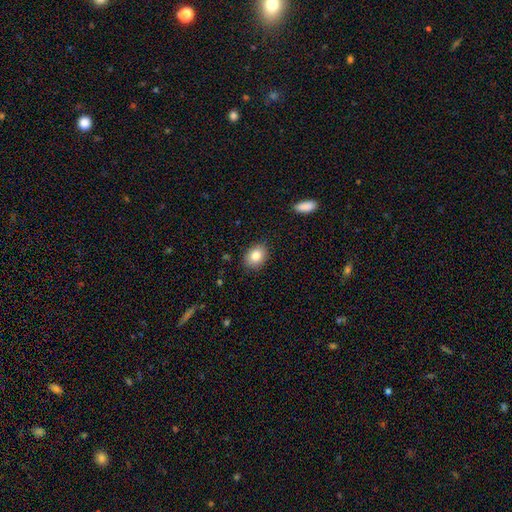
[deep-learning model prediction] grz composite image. It shows a smooth galaxy with no disk features (83%) that is in between round and cigar-shaped (58%). Merging: none (85%).